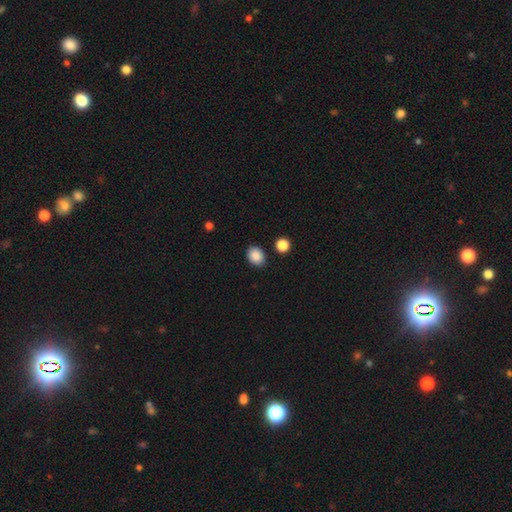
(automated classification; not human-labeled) This is clearly a smooth galaxy (88%). How rounded: possibly in between (54%). Merging: clearly none (85%).